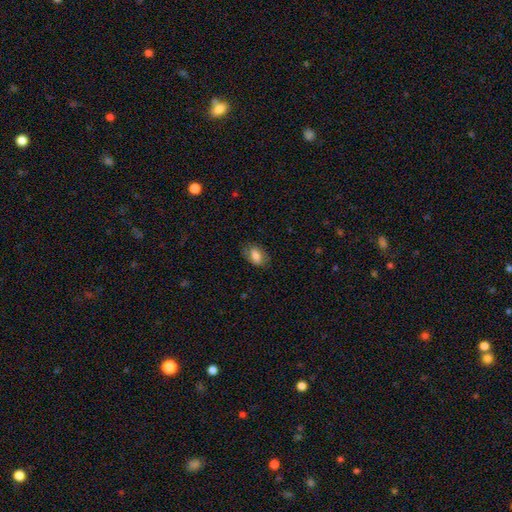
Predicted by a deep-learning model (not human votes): A smooth galaxy with no disk features (76%) that is in between round and cigar-shaped (89%). Merging: none (77%).